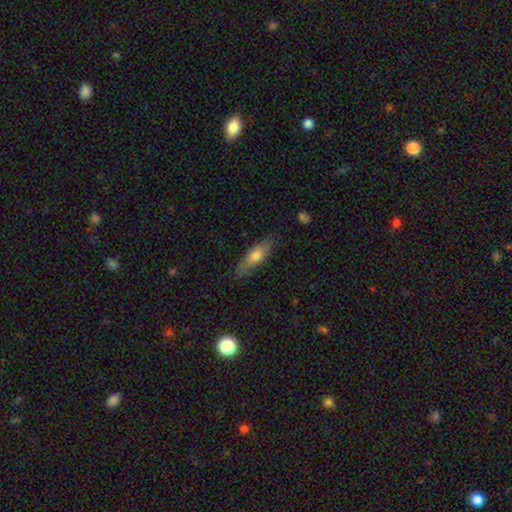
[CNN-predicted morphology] Smooth or featured?
  - smooth: 63% *
  - featured or disk: 31%
  - star or artifact: 6%
How rounded?
  - cigar-shaped: 54% *
  - in between: 43%
  - round: 3%
Merging?
  - none: 78% *
  - minor disturbance: 17%
  - major disturbance: 4%
  - merger: 1%